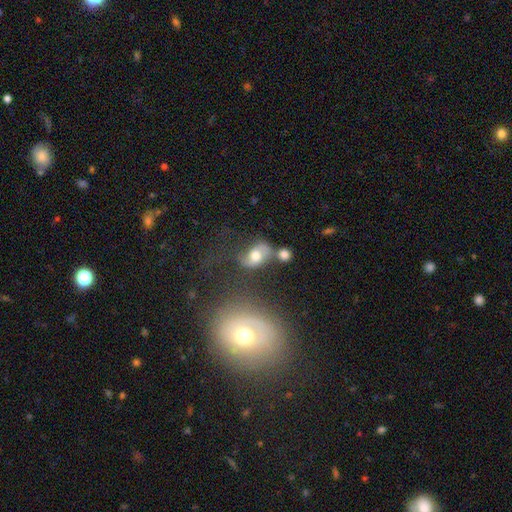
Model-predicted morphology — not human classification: Q: Smooth or featured?
A: smooth (54%); runner-up: featured or disk (35%)
Q: How rounded?
A: in between (77%); runner-up: round (20%)
Q: Merging?
A: none (40%); runner-up: merger (22%)